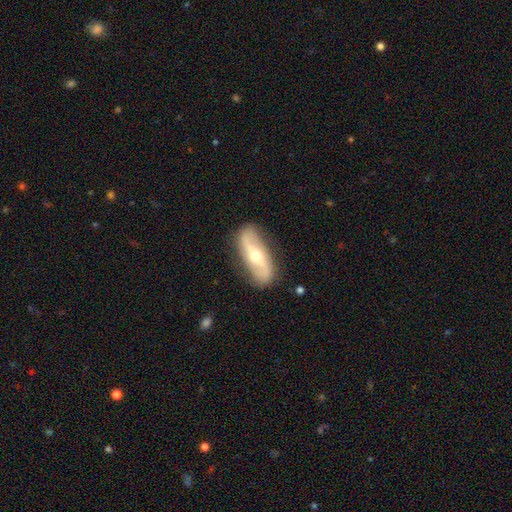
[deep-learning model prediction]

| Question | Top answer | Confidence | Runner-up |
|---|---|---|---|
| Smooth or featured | featured or disk | 75% | smooth (20%) |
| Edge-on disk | no | 86% | yes (14%) |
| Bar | no | 35% | weak (33%) |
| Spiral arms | yes | 86% | no (14%) |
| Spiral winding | loose | 67% | medium (23%) |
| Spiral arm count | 2 | 91% | can't tell (5%) |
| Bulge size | moderate | 63% | small (31%) |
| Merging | none | 84% | minor disturbance (12%) |